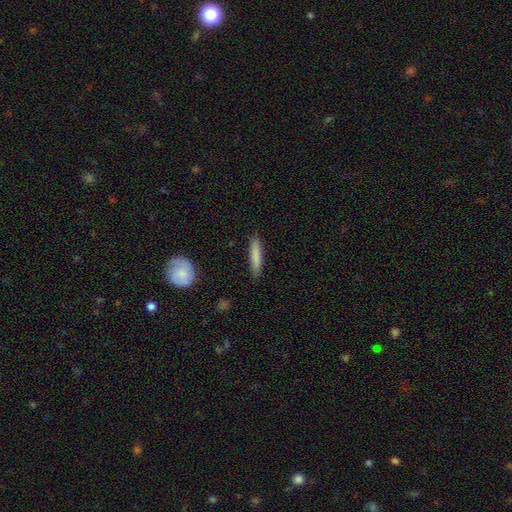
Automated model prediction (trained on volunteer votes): smooth-or-featured: smooth: 82% | featured or disk: 12% | star or artifact: 6%
  how-rounded: cigar-shaped: 85% | in between: 14% | round: 1%
  merging: none: 85% | minor disturbance: 11% | major disturbance: 2% | merger: 1%